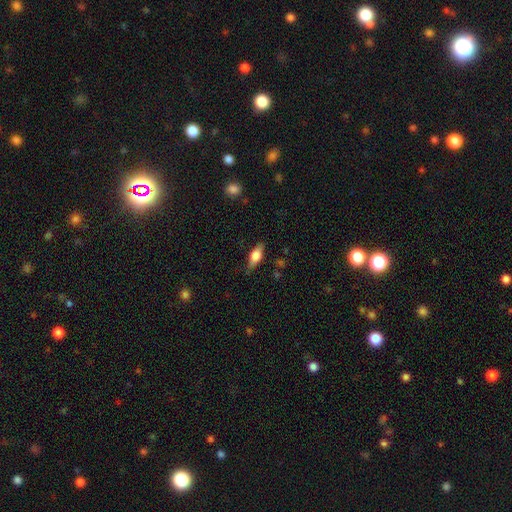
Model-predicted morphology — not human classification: Q: Smooth or featured?
A: smooth (56%); runner-up: featured or disk (37%)
Q: How rounded?
A: in between (68%); runner-up: cigar-shaped (27%)
Q: Merging?
A: none (80%); runner-up: minor disturbance (15%)